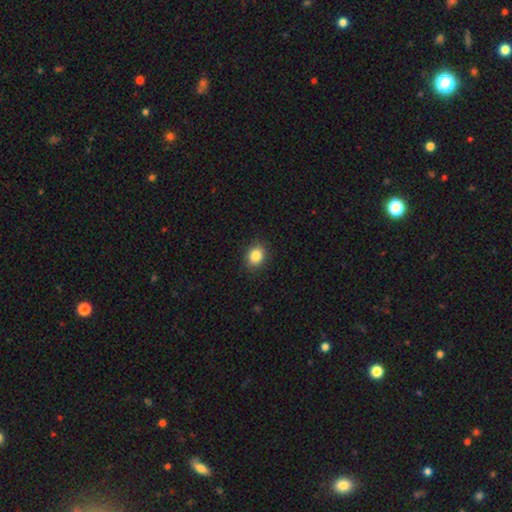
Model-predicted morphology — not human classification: Q: Smooth or featured?
A: smooth (86%); runner-up: star or artifact (9%)
Q: How rounded?
A: in between (50%); runner-up: round (49%)
Q: Merging?
A: none (89%); runner-up: minor disturbance (8%)